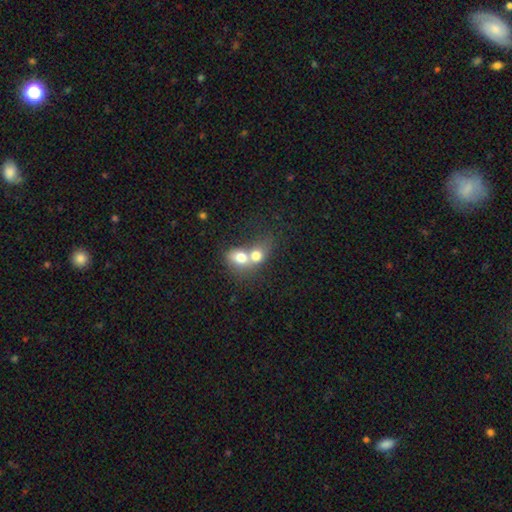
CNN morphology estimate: Smooth or featured: smooth — 70% (featured or disk — 21%)
How rounded: round — 53% (in between — 45%)
Merging: merger — 77% (none — 14%)